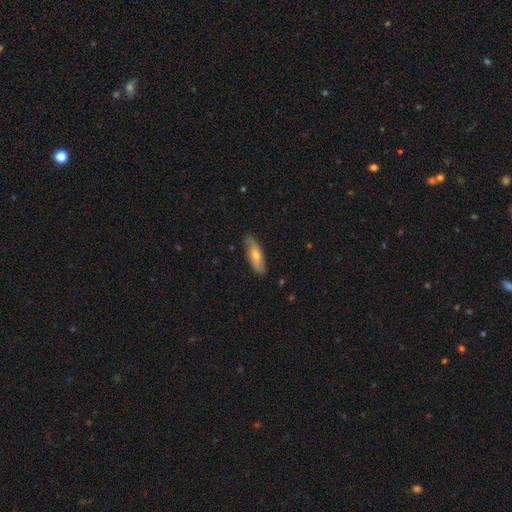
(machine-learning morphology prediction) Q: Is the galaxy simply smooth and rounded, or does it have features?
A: smooth — 68%.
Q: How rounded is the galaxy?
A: in between — 56%.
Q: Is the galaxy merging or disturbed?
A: none — 83%.